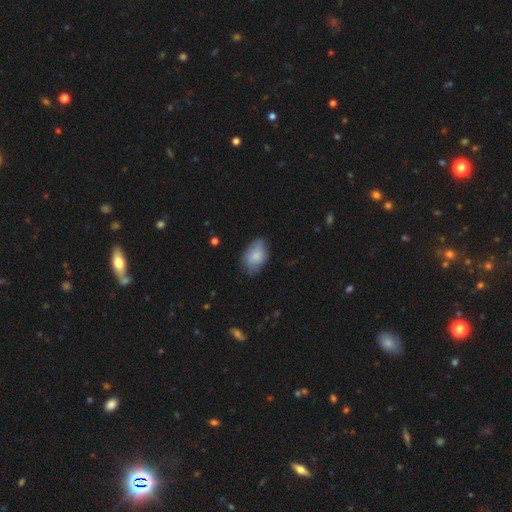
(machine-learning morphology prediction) type=smooth (78%); roundness=in between (89%); merging=none (64%).